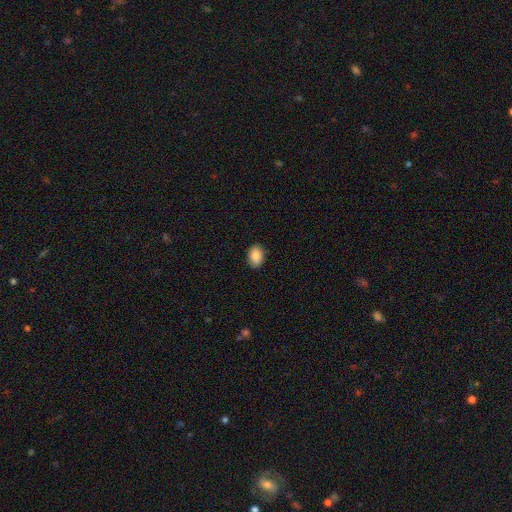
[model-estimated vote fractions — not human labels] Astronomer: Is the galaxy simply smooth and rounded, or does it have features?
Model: smooth — 89%.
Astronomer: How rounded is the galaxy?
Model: in between — 84%.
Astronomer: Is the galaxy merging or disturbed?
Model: none — 88%.